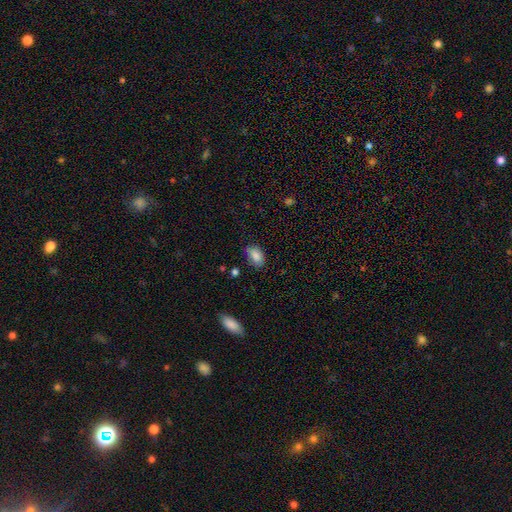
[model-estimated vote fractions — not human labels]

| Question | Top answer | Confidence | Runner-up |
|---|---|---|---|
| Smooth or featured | smooth | 86% | star or artifact (8%) |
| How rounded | in between | 88% | round (10%) |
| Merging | none | 70% | minor disturbance (23%) |